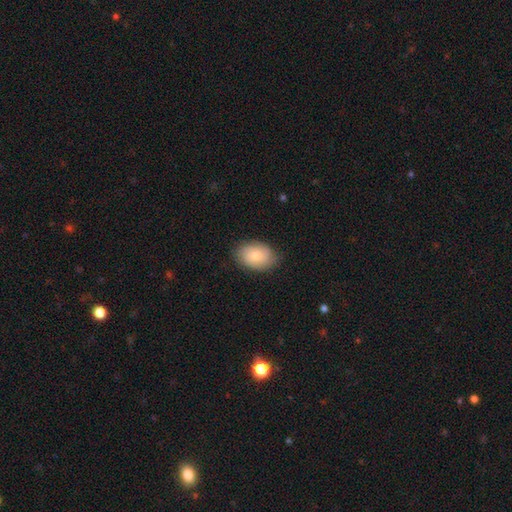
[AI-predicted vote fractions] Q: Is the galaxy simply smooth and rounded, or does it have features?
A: smooth — 75%.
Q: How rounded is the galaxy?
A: in between — 82%.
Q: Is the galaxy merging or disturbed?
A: none — 81%.